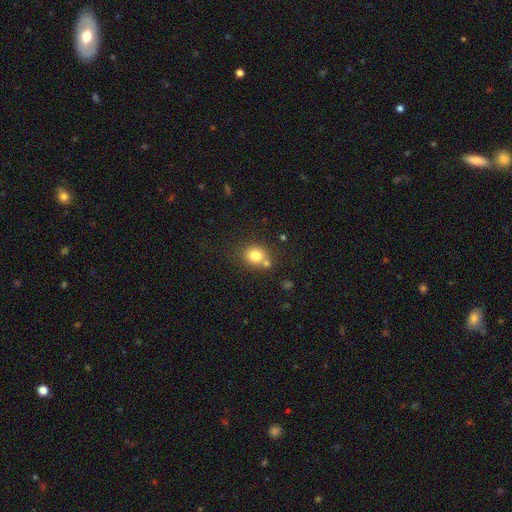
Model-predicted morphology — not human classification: Overall: smooth (79%). How rounded: round (75%). Merging: none (61%; merger 24%).